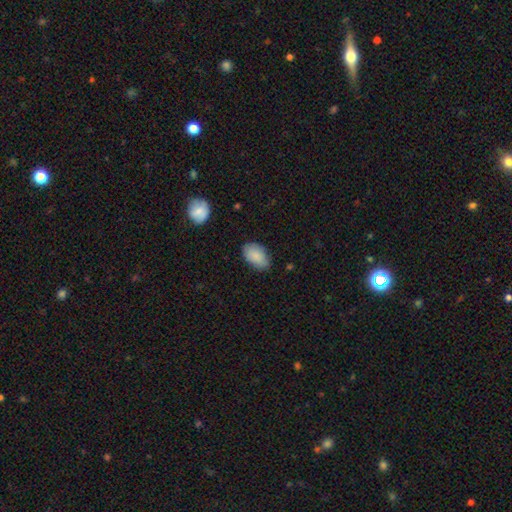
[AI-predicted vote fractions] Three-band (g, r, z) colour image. It shows a smooth galaxy with no disk features (87%) that is in between round and cigar-shaped (93%). Merging: none (75%).